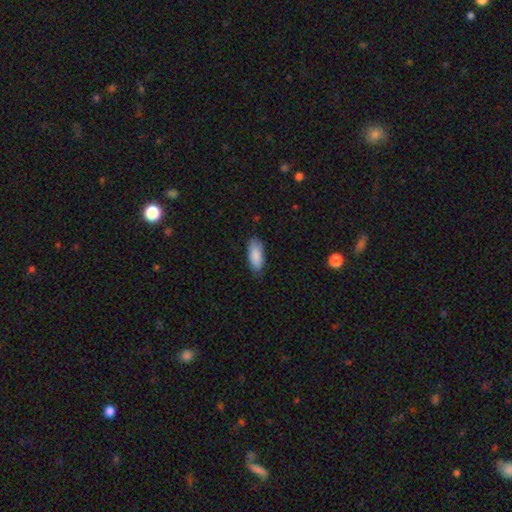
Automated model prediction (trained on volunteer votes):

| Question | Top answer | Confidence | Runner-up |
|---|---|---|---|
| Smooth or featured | smooth | 88% | featured or disk (7%) |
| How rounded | in between | 82% | cigar-shaped (17%) |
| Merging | none | 79% | minor disturbance (17%) |